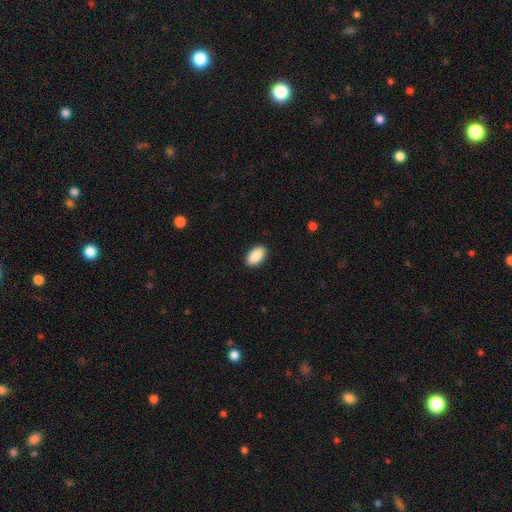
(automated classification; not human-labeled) Smooth or featured? smooth (91%)
How rounded? in between (95%)
Merging? none (90%)